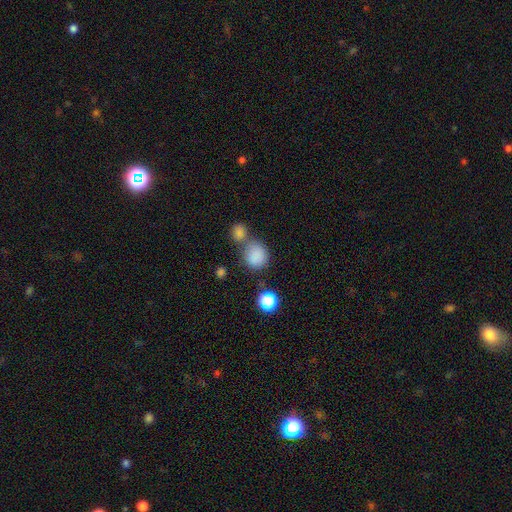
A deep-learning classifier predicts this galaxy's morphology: Smooth or featured: smooth — 85% (star or artifact — 10%)
How rounded: round — 79% (in between — 20%)
Merging: none — 52% (merger — 30%)